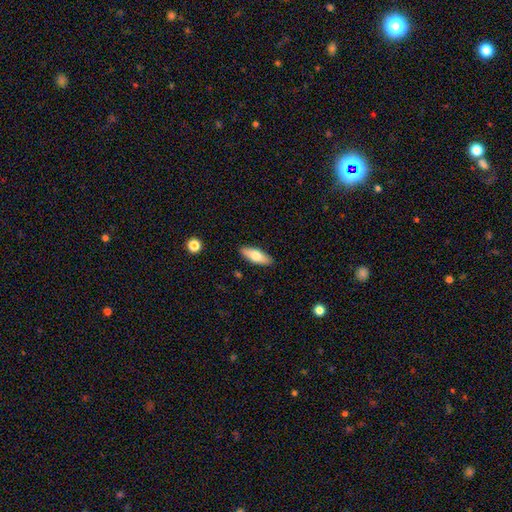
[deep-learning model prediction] Q: Smooth or featured?
A: smooth (69%); runner-up: featured or disk (24%)
Q: How rounded?
A: in between (64%); runner-up: cigar-shaped (34%)
Q: Merging?
A: none (88%); runner-up: minor disturbance (9%)